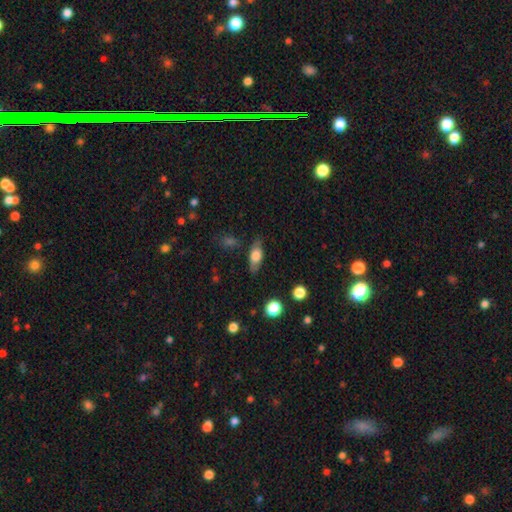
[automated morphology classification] Smooth or featured? smooth (66%)
How rounded? in between (77%)
Merging? none (75%)